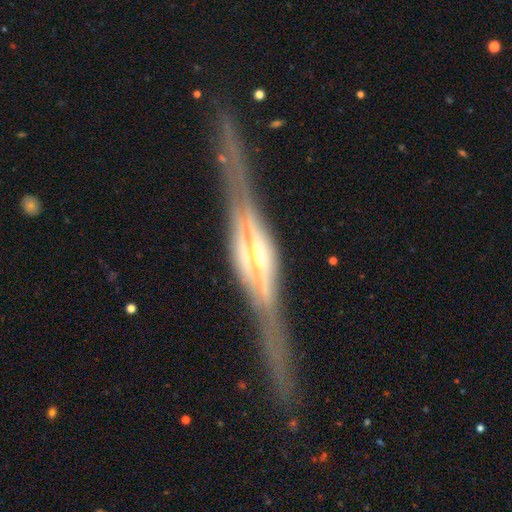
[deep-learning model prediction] A featured or disk galaxy (88%) viewed edge-on (96%) with a rounded central bulge (78%). Merging: none (80%).